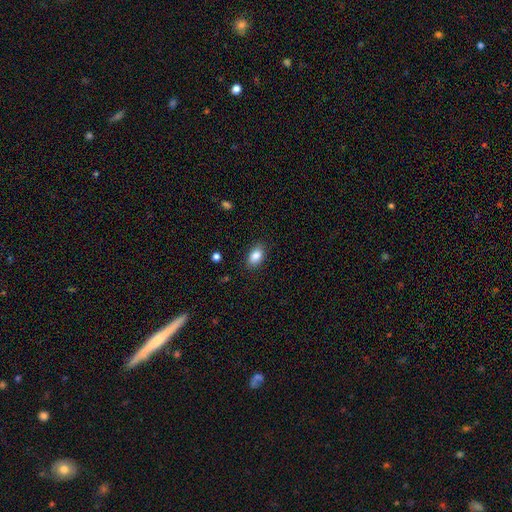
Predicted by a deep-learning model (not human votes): Smooth or featured: smooth — 87% (star or artifact — 8%)
How rounded: in between — 90% (round — 8%)
Merging: none — 87% (minor disturbance — 10%)